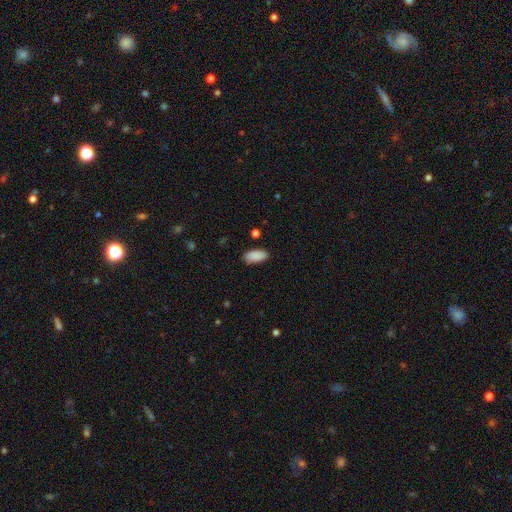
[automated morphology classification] Q: Smooth or featured?
A: smooth (89%); runner-up: star or artifact (7%)
Q: How rounded?
A: in between (89%); runner-up: cigar-shaped (9%)
Q: Merging?
A: none (85%); runner-up: minor disturbance (11%)